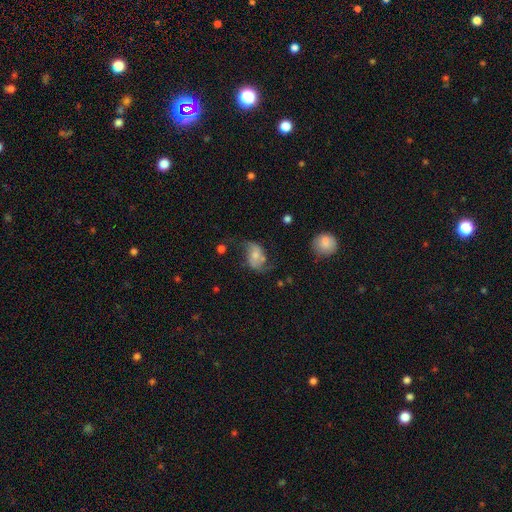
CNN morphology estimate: Smooth or featured? Predicted: featured or disk (p=0.56). Edge-on disk? Predicted: no (p=0.96). Bar? Predicted: no (p=0.55). Spiral arms? Predicted: yes (p=0.83). Bulge size? Predicted: moderate (p=0.43, tied with small). Merging? Predicted: none (p=0.48).